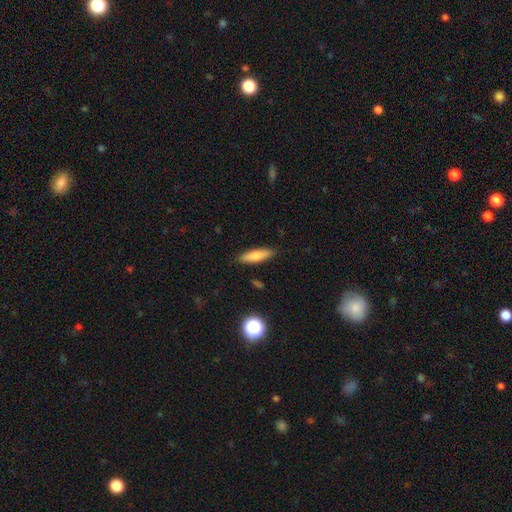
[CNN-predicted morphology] The model was most divided on "how rounded": cigar-shaped: 61%, in between: 37%, round: 2%. More confident: merging — none (88%); smooth or featured — smooth (77%).